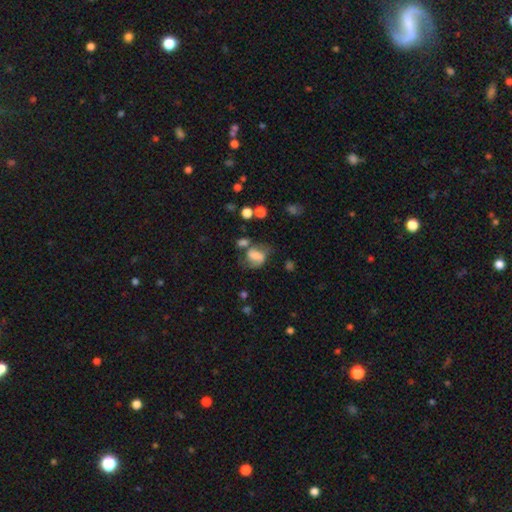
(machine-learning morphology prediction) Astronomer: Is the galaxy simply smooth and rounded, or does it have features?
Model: smooth — 56% (runner-up: featured or disk, 32%).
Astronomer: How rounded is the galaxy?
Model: in between — 64%.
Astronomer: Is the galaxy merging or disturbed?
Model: none — 37% (runner-up: minor disturbance, 25%).